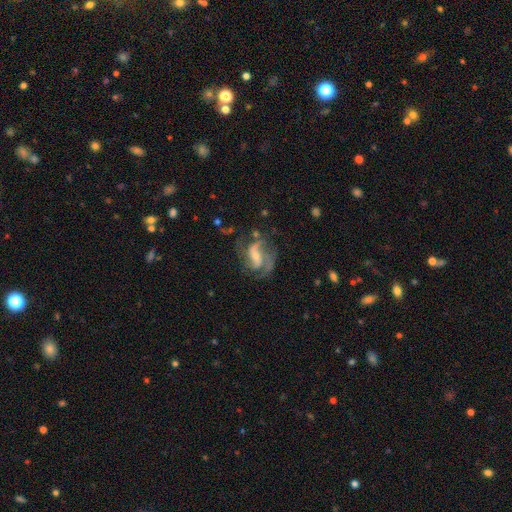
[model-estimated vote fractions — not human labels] Q: Smooth or featured?
A: featured or disk (85%); runner-up: smooth (8%)
Q: Edge-on disk?
A: no (97%); runner-up: yes (3%)
Q: Bar?
A: weak (46%); runner-up: no (28%)
Q: Spiral arms?
A: yes (95%); runner-up: no (5%)
Q: Spiral winding?
A: medium (52%); runner-up: loose (28%)
Q: Spiral arm count?
A: 2 (53%); runner-up: 3 (23%)
Q: Bulge size?
A: small (51%); runner-up: moderate (35%)
Q: Merging?
A: none (55%); runner-up: major disturbance (22%)